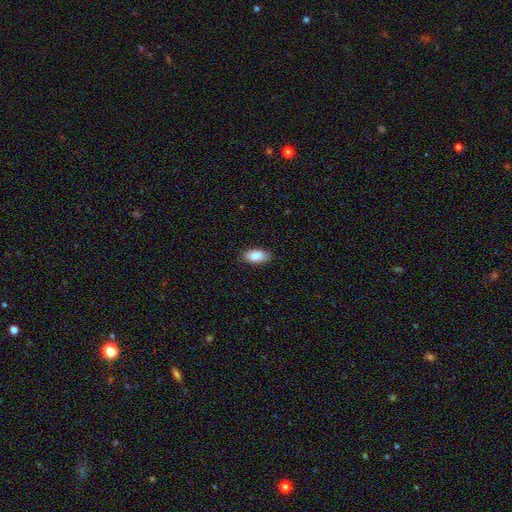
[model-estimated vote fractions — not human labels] Q: Smooth or featured?
A: smooth (89%); runner-up: star or artifact (6%)
Q: How rounded?
A: in between (90%); runner-up: cigar-shaped (7%)
Q: Merging?
A: none (84%); runner-up: minor disturbance (13%)